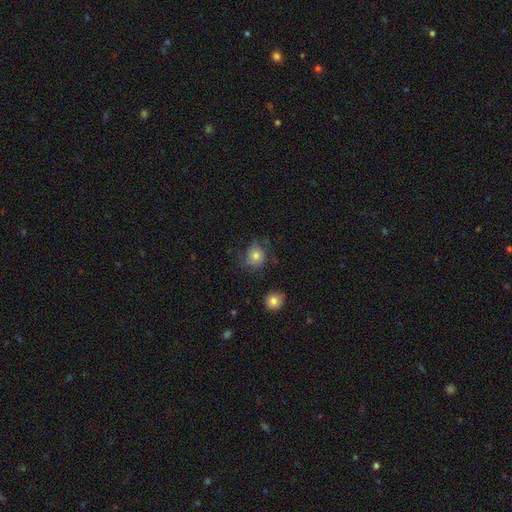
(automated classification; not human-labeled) The model was most divided on "merging": none: 63%, minor disturbance: 23%, major disturbance: 12%, merger: 3%. More confident: how rounded — round (81%); smooth or featured — smooth (76%).